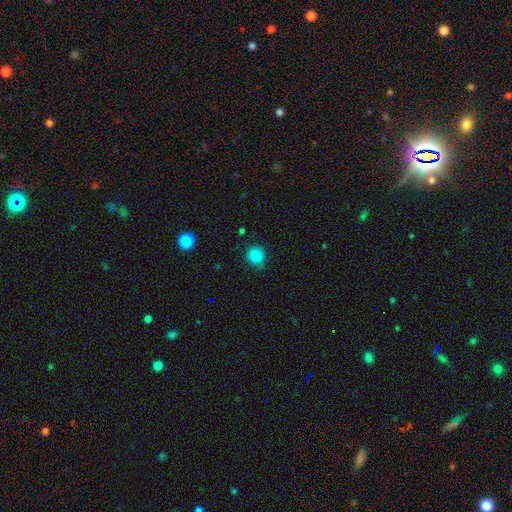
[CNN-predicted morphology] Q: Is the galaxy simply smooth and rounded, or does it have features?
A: smooth — 86%.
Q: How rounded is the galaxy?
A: round — 84%.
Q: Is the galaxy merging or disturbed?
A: none — 85%.